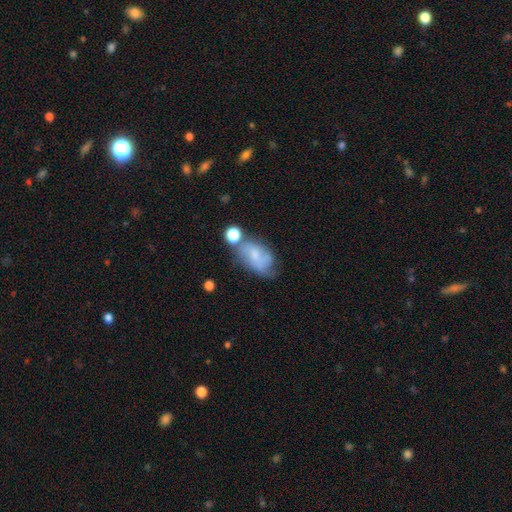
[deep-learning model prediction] Q: Smooth or featured?
A: smooth (51%); runner-up: featured or disk (38%)
Q: How rounded?
A: in between (86%); runner-up: round (12%)
Q: Merging?
A: none (38%); runner-up: minor disturbance (28%)